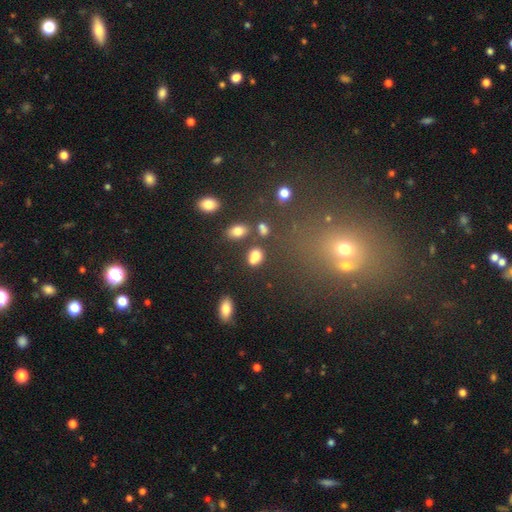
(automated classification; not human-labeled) Smooth or featured? smooth (77%)
How rounded? in between (74%)
Merging? none (57%)